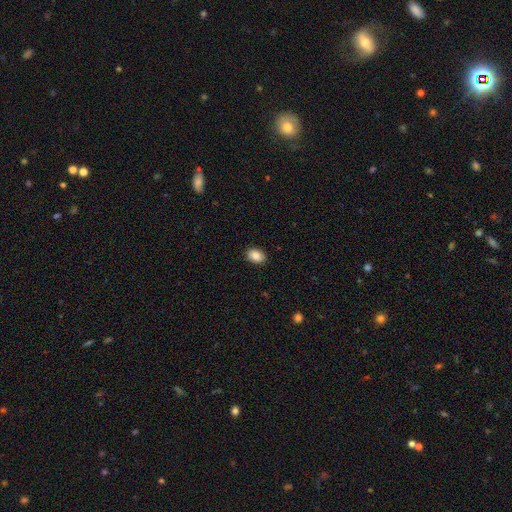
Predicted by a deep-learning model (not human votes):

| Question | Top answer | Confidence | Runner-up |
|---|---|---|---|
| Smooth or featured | smooth | 87% | star or artifact (8%) |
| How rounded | in between | 80% | round (19%) |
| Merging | none | 90% | minor disturbance (7%) |